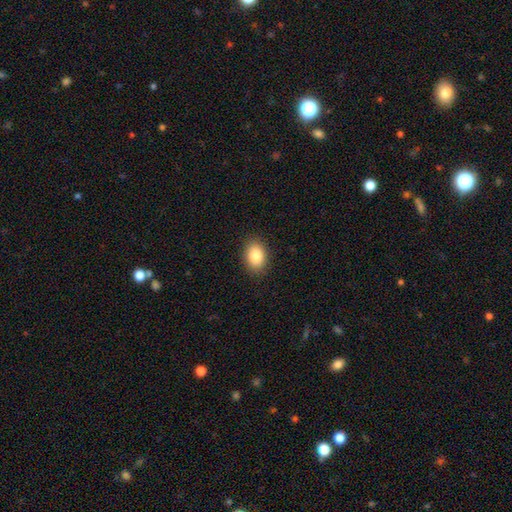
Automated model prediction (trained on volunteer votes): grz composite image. It shows a smooth galaxy with no disk features (86%) that is in between round and cigar-shaped (81%). Merging: none (89%).